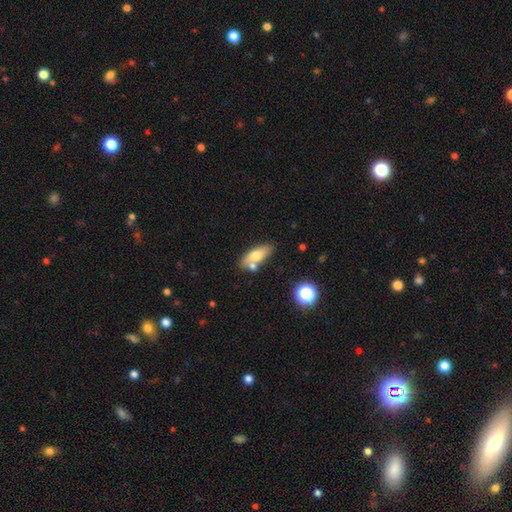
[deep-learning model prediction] Overall: smooth (65%; featured or disk 27%). How rounded: in between (72%). Merging: none (65%).